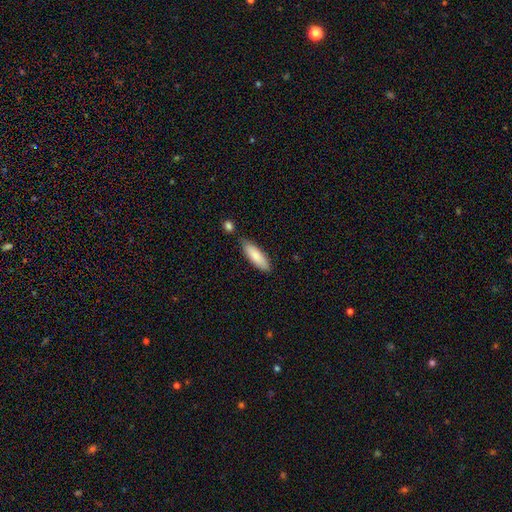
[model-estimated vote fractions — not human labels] Smooth or featured? Predicted: smooth (p=0.82). How rounded? Predicted: in between (p=0.54). Merging? Predicted: none (p=0.75).